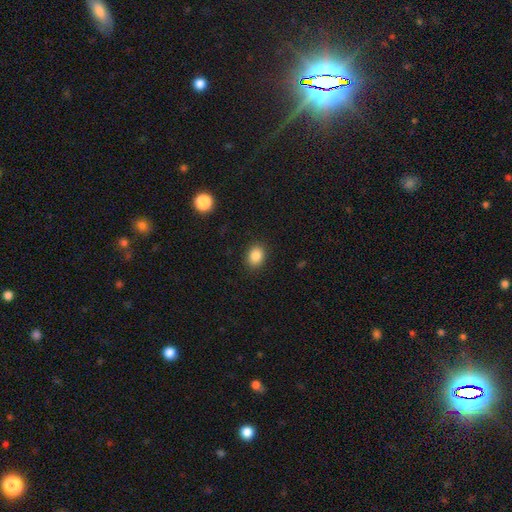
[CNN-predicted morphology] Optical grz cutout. It shows a smooth galaxy with no disk features (86%) that is in between round and cigar-shaped (57%). Merging: none (88%).